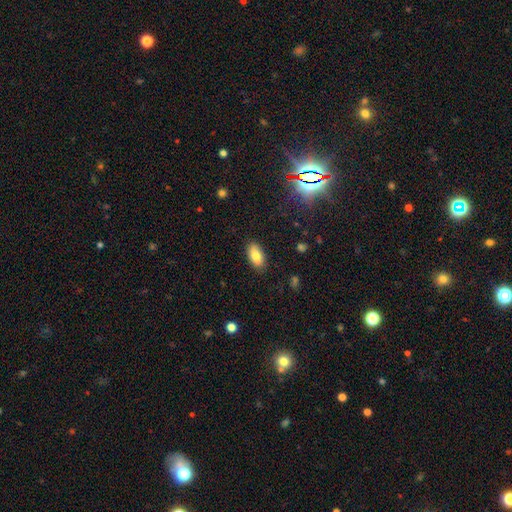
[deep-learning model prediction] Smooth or featured: smooth — 82% (featured or disk — 11%)
How rounded: in between — 91% (cigar-shaped — 6%)
Merging: none — 86% (minor disturbance — 10%)